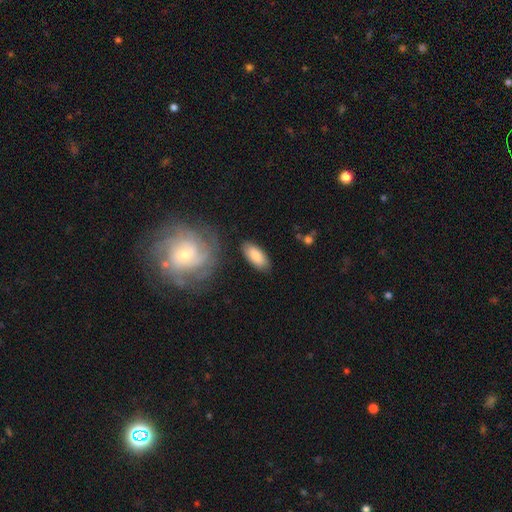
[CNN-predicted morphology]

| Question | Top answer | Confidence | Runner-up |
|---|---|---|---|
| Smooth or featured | smooth | 83% | featured or disk (11%) |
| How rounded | in between | 88% | cigar-shaped (10%) |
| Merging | none | 82% | minor disturbance (12%) |